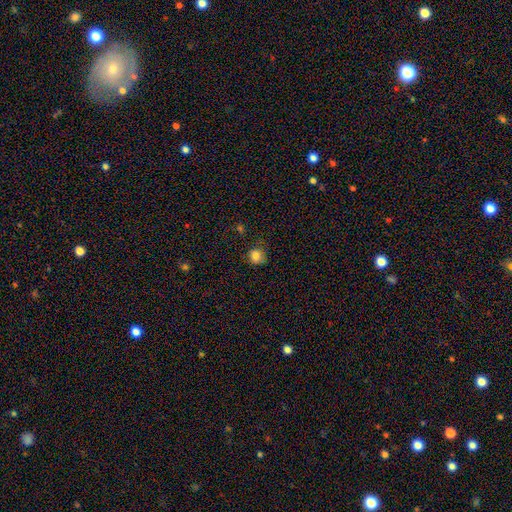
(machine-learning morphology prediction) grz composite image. It shows a smooth galaxy with no disk features (83%) that is round (85%). Merging: none (74%).